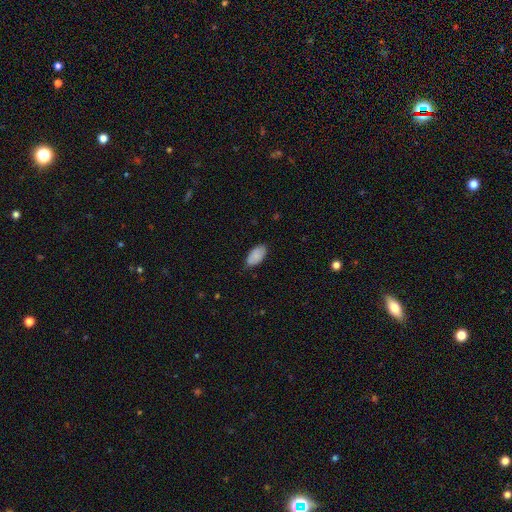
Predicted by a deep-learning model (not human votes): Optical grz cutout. It shows a smooth galaxy with no disk features (85%) that is in between round and cigar-shaped (95%). Merging: none (76%).